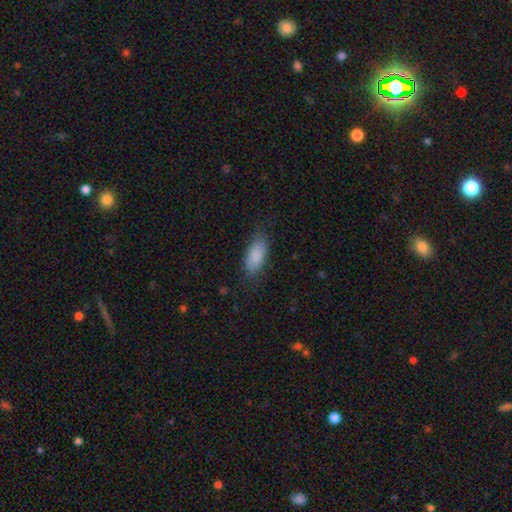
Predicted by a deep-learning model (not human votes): A smooth galaxy with no disk features (87%) that is in between round and cigar-shaped (86%). Merging: none (74%).